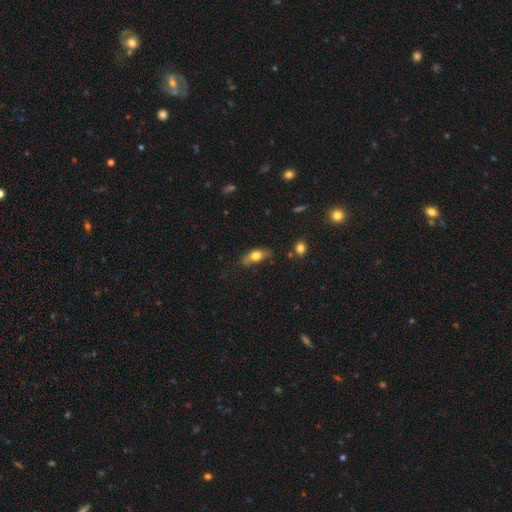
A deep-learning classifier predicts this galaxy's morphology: smooth-or-featured: smooth: 65% | featured or disk: 27% | star or artifact: 8%
  how-rounded: in between: 74% | cigar-shaped: 18% | round: 7%
  merging: none: 63% | minor disturbance: 26% | major disturbance: 7% | merger: 4%